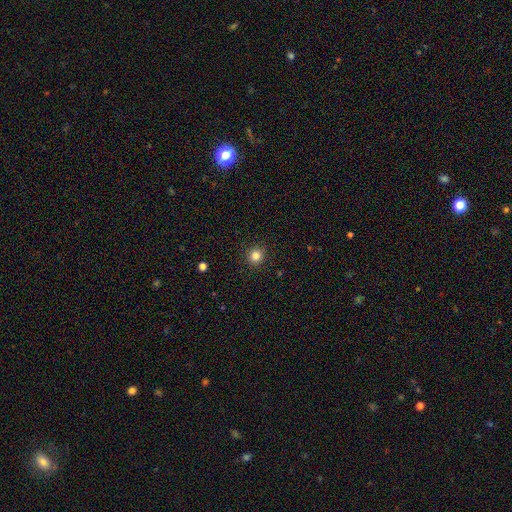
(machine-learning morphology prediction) Smooth or featured? Predicted: smooth (p=0.83). How rounded? Predicted: round (p=0.90). Merging? Predicted: none (p=0.91).